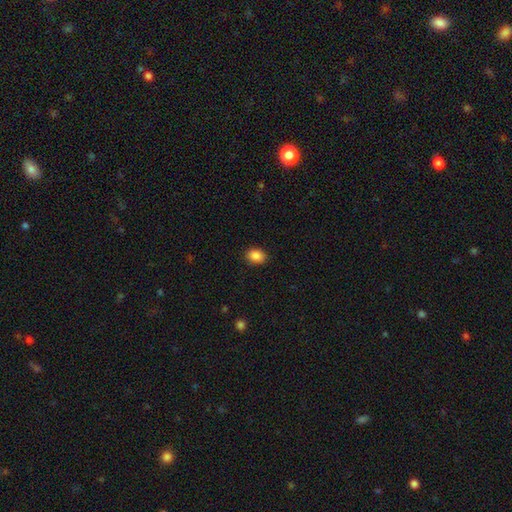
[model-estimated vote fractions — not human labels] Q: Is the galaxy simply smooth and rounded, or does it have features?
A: smooth — 88%.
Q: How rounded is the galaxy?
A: in between — 72%.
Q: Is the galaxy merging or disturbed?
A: none — 88%.